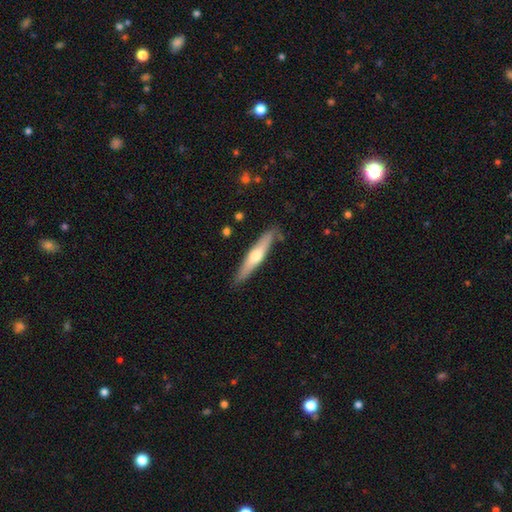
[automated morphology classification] A featured or disk galaxy (50%) viewed edge-on (92%).

Vote fractions:
- Smooth or featured? featured or disk: 50% / smooth: 45% / star or artifact: 5%
- Edge-on disk? yes: 92% / no: 8%
- Merging? none: 85% / minor disturbance: 11% / major disturbance: 2% / merger: 2%